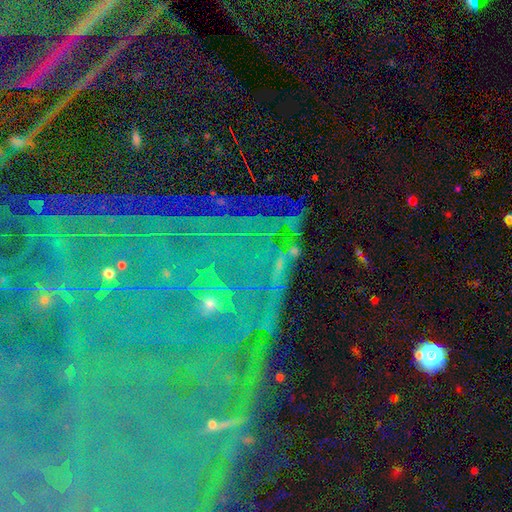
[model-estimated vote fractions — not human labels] Q: Smooth or featured?
A: star or artifact (76%); runner-up: featured or disk (13%)